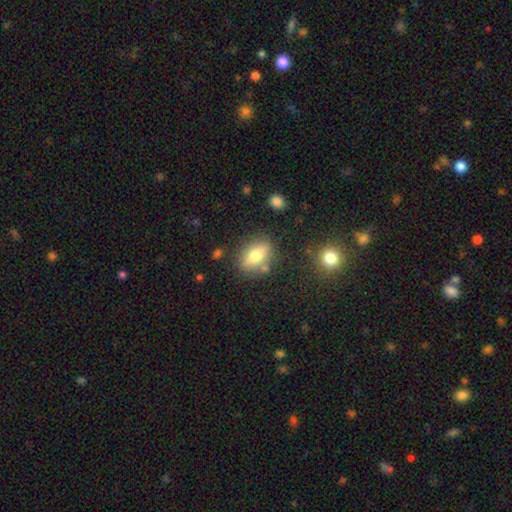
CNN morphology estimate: smooth-or-featured: smooth: 60% | featured or disk: 31% | star or artifact: 9%
  how-rounded: in between: 74% | round: 14% | cigar-shaped: 12%
  merging: none: 78% | minor disturbance: 13% | merger: 5% | major disturbance: 4%